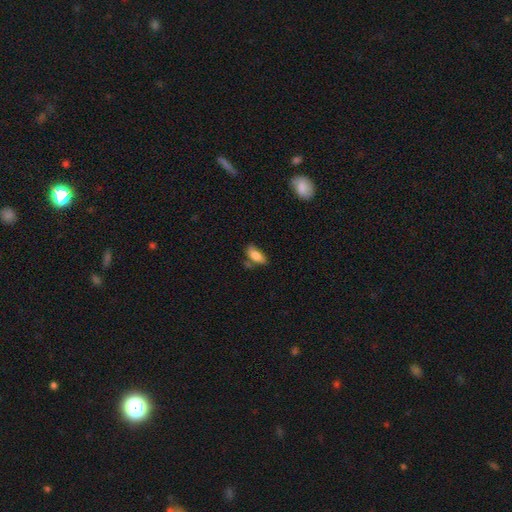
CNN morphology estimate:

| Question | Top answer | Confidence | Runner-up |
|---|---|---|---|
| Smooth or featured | smooth | 81% | featured or disk (11%) |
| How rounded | in between | 86% | cigar-shaped (11%) |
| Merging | none | 56% | minor disturbance (26%) |